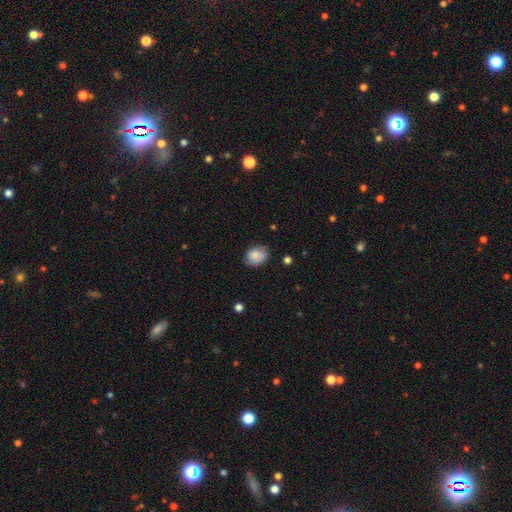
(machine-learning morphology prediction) smooth_or_featured: smooth (p=0.75) [alt: featured or disk p=0.16]
how_rounded: in between (p=0.52) [alt: round p=0.47]
merging: none (p=0.65) [alt: minor disturbance p=0.27]